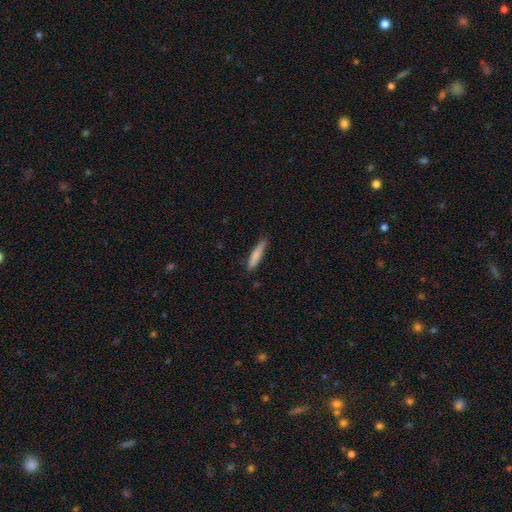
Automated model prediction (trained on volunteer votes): smooth-or-featured: smooth: 79% | featured or disk: 15% | star or artifact: 6%
  how-rounded: cigar-shaped: 89% | in between: 10% | round: 1%
  merging: none: 83% | minor disturbance: 14% | major disturbance: 2% | merger: 1%